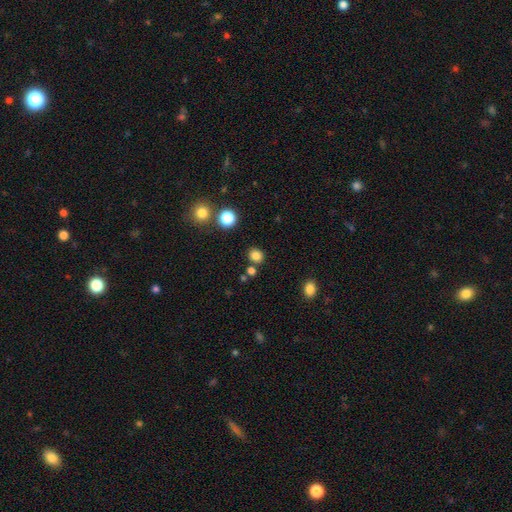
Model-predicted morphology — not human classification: The model was most divided on "how rounded": round: 76%, in between: 23%, cigar-shaped: 1%. More confident: smooth or featured — smooth (81%); merging — none (81%).